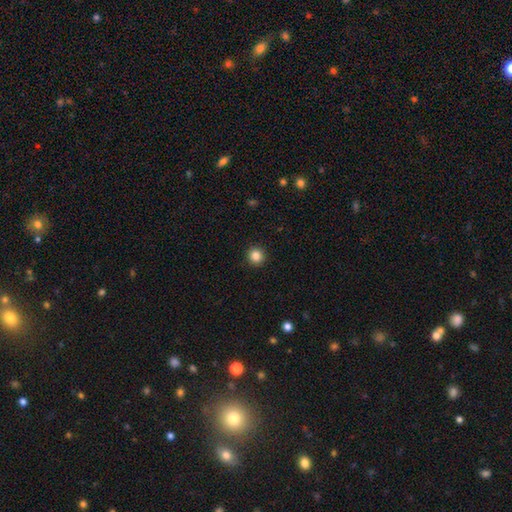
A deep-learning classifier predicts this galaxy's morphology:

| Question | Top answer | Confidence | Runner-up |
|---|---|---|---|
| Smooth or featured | smooth | 85% | star or artifact (11%) |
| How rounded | round | 95% | in between (4%) |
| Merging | none | 93% | minor disturbance (5%) |